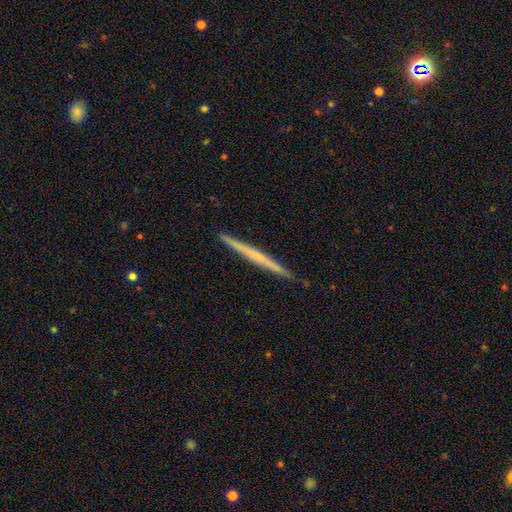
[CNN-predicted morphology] Q: Smooth or featured?
A: featured or disk (55%); runner-up: smooth (40%)
Q: Edge-on disk?
A: yes (98%); runner-up: no (2%)
Q: Edge-on bulge?
A: none (81%); runner-up: rounded (14%)
Q: Merging?
A: none (92%); runner-up: minor disturbance (6%)